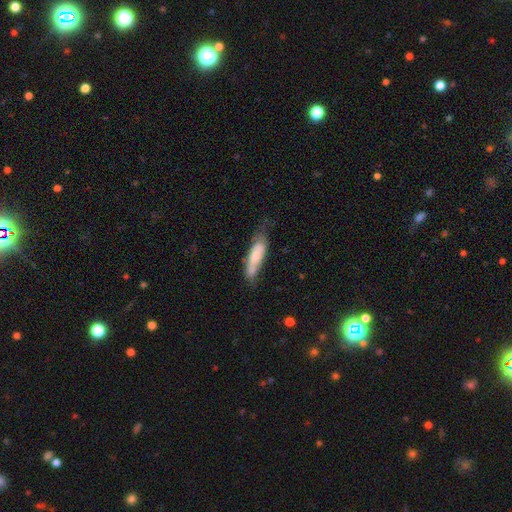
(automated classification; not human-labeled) This is likely a smooth galaxy (66%). How rounded: possibly cigar-shaped (60%). Merging: possibly none (48%).